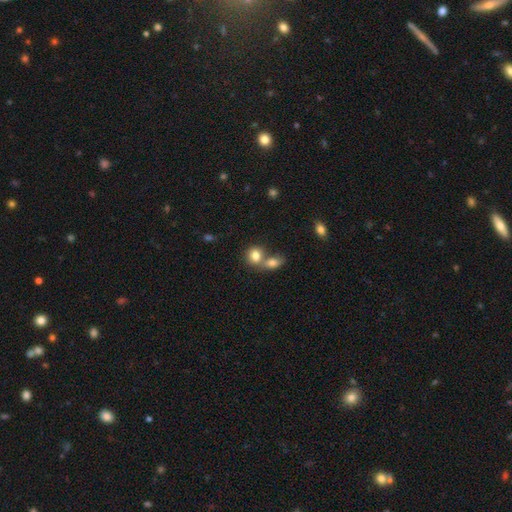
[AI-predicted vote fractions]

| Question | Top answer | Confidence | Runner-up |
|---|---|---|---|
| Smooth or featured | smooth | 81% | featured or disk (10%) |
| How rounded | round | 60% | in between (39%) |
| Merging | merger | 58% | none (32%) |